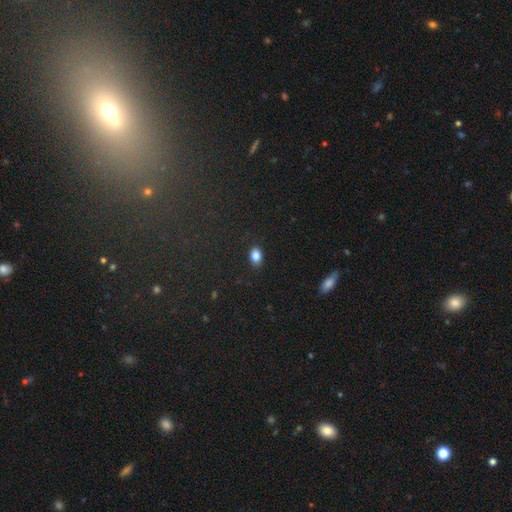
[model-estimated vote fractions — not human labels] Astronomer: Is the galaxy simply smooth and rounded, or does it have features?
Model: smooth — 85%.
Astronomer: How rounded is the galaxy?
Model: in between — 78%.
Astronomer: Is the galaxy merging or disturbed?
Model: none — 88%.